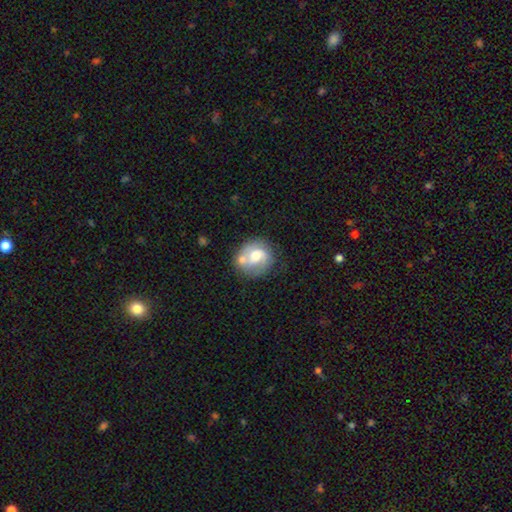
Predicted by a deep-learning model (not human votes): A featured or disk galaxy (54%) with no bar (59%), spiral arms (75%) and a moderate central bulge (61%). Merging: none (49%).